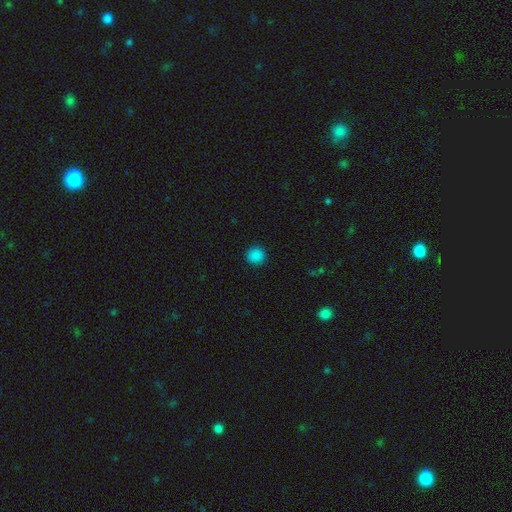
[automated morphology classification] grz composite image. It shows a smooth galaxy with no disk features (86%) that is round (92%). Merging: none (92%).